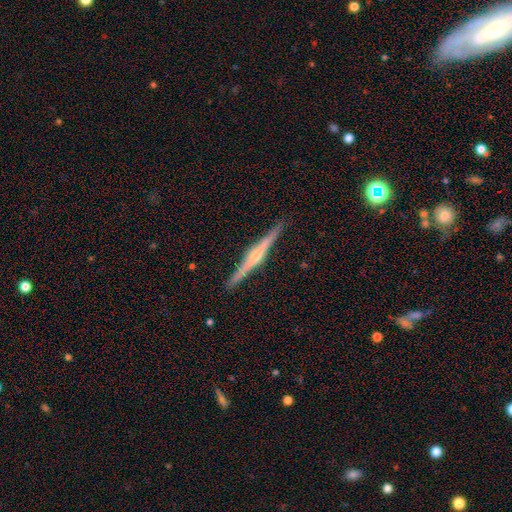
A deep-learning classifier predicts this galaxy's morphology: Smooth or featured: featured or disk — 80% (smooth — 15%)
Edge-on disk: yes — 99% (no — 1%)
Edge-on bulge: rounded — 80% (none — 11%)
Merging: none — 92% (minor disturbance — 6%)